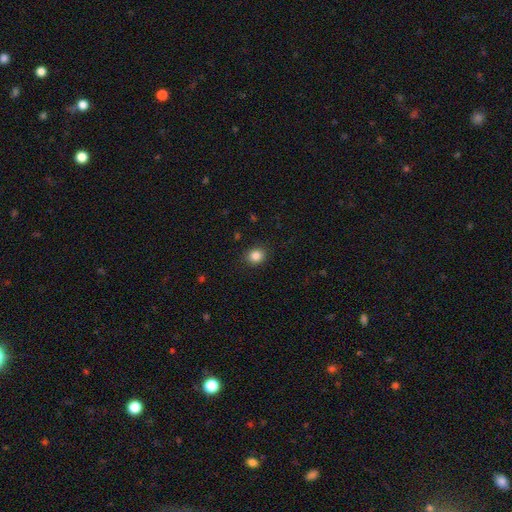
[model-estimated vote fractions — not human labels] A smooth galaxy with no disk features (85%) that is round (78%). Merging: none (90%).